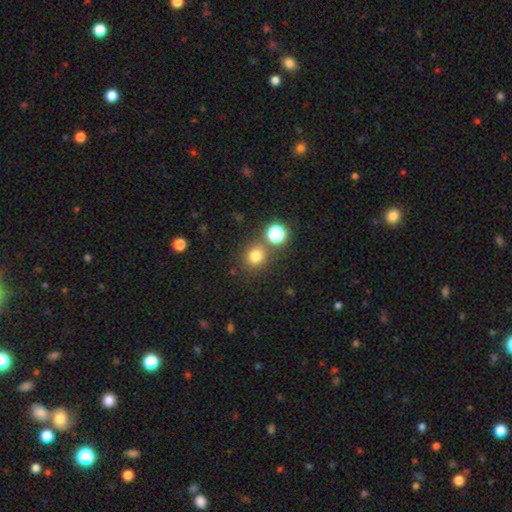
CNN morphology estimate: Smooth or featured? Predicted: smooth (p=0.75). How rounded? Predicted: round (p=0.88). Merging? Predicted: none (p=0.76).